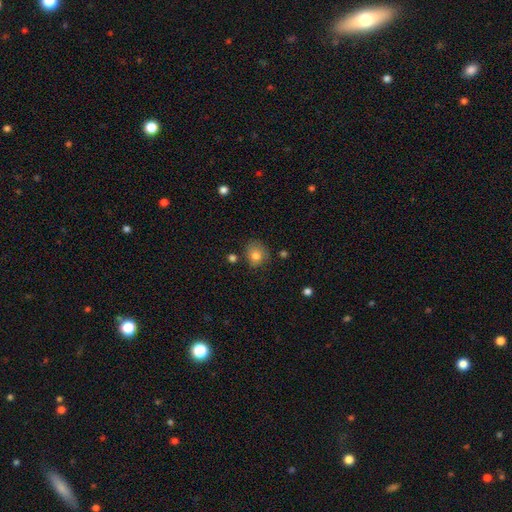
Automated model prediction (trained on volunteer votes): Smooth or featured: smooth — 79% (star or artifact — 10%)
How rounded: round — 69% (in between — 31%)
Merging: none — 69% (minor disturbance — 21%)